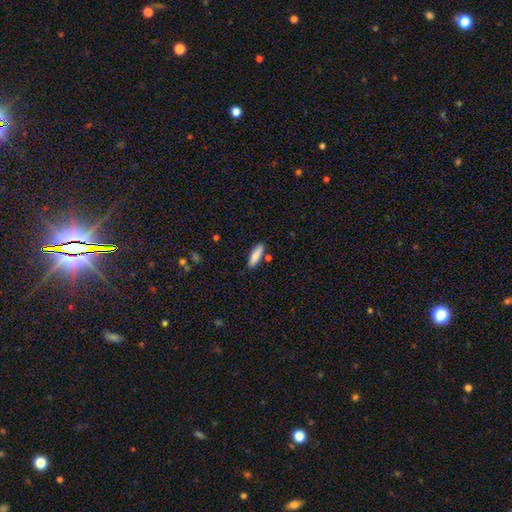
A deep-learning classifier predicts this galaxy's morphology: A smooth galaxy with no disk features (85%) that is cigar-shaped (50%). Merging: none (80%).